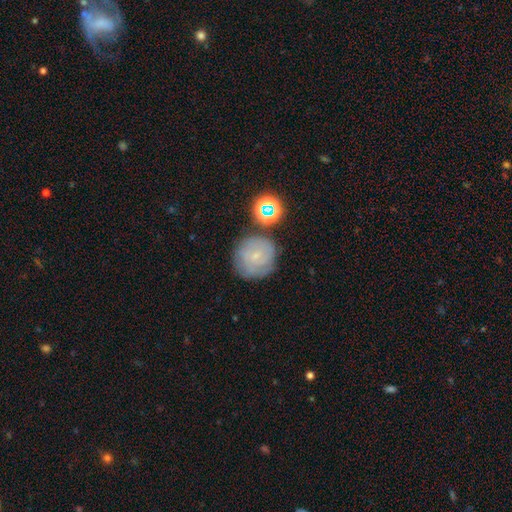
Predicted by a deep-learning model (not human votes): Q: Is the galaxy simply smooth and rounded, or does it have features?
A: smooth — 44%.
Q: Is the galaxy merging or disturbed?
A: none — 68%.